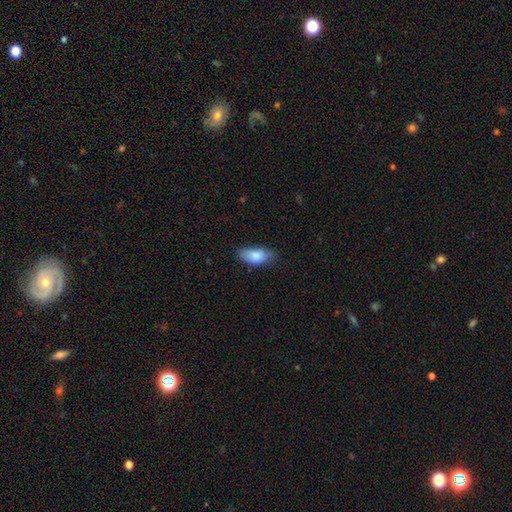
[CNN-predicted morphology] type=smooth (86%); roundness=in between (90%); merging=none (73%).